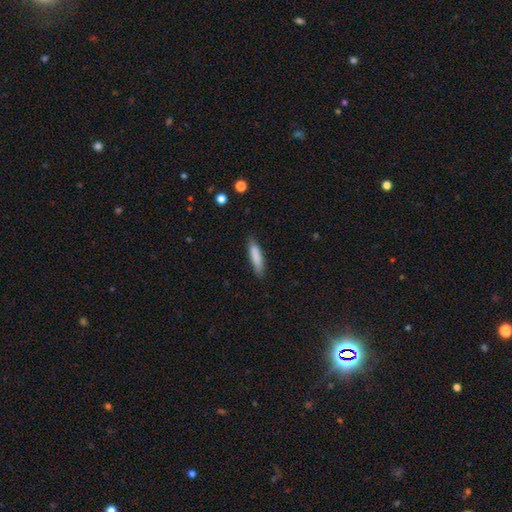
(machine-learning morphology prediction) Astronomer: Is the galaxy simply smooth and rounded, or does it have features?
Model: smooth — 84%.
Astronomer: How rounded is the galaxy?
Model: cigar-shaped — 77%.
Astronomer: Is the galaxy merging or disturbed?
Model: none — 84%.